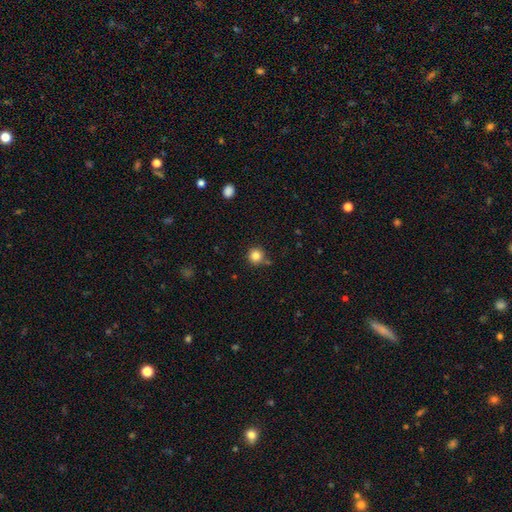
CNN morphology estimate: Overall: smooth (83%). How rounded: round (95%). Merging: none (81%).